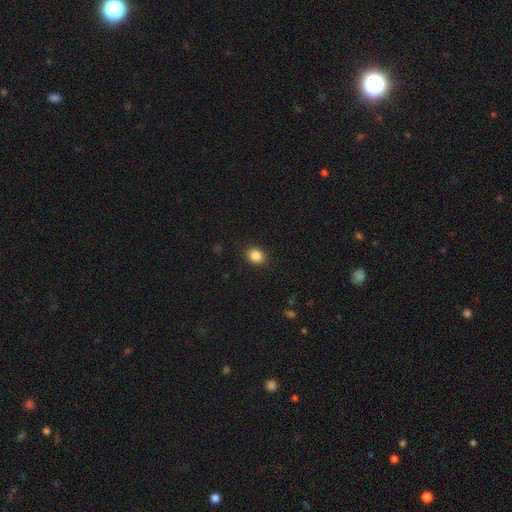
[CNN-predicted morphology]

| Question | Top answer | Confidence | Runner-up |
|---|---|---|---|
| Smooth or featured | smooth | 86% | star or artifact (10%) |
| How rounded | round | 51% | in between (48%) |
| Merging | none | 89% | minor disturbance (8%) |